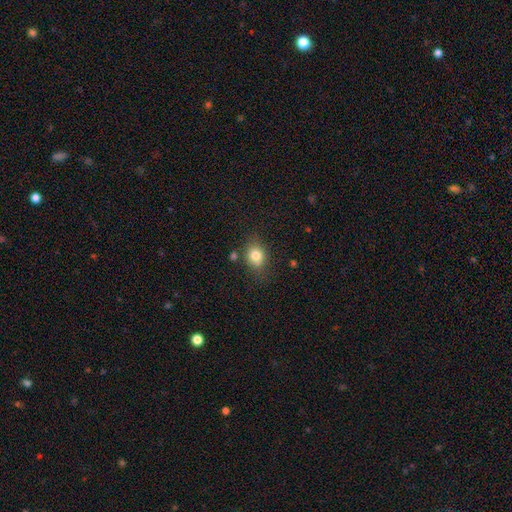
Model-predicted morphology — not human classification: Q: Smooth or featured?
A: smooth (80%); runner-up: star or artifact (10%)
Q: How rounded?
A: round (52%); runner-up: in between (47%)
Q: Merging?
A: none (71%); runner-up: minor disturbance (18%)